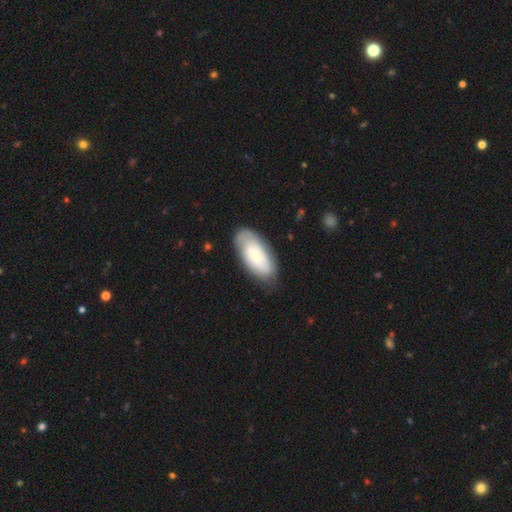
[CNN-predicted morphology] smooth-or-featured: smooth: 70% | featured or disk: 24% | star or artifact: 6%
  how-rounded: in between: 90% | cigar-shaped: 8% | round: 2%
  merging: none: 75% | minor disturbance: 18% | major disturbance: 5% | merger: 2%